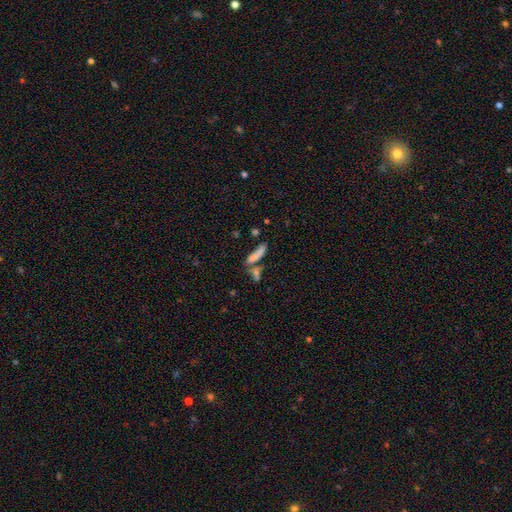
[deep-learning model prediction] Smooth or featured? Predicted: smooth (p=0.72). How rounded? Predicted: cigar-shaped (p=0.71). Merging? Predicted: none (p=0.41).